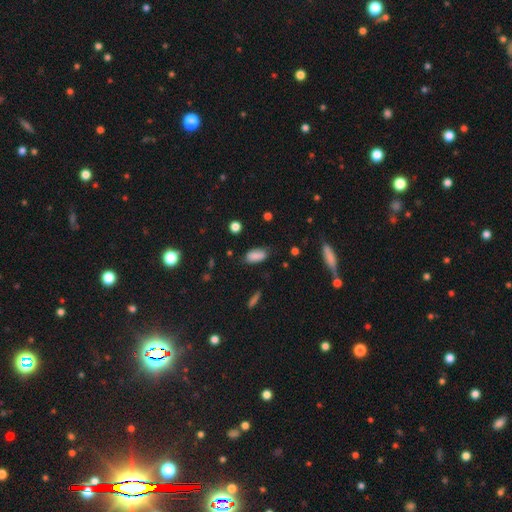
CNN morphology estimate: This appears to be a smooth galaxy with no disk features (84%) that is in between round and cigar-shaped (90%). Merging: none (74%).